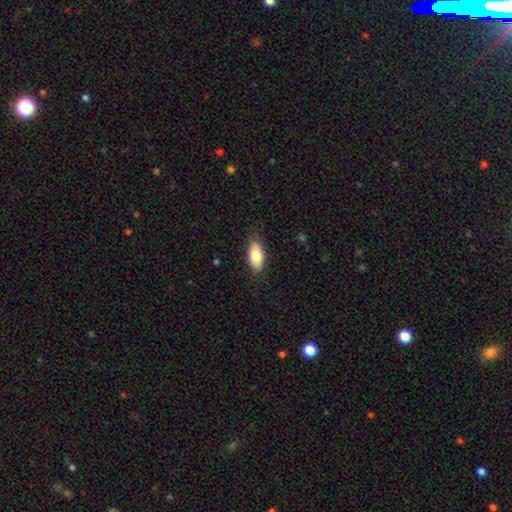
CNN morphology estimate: This is clearly a smooth galaxy (80%). How rounded: clearly in between (89%). Merging: clearly none (82%).